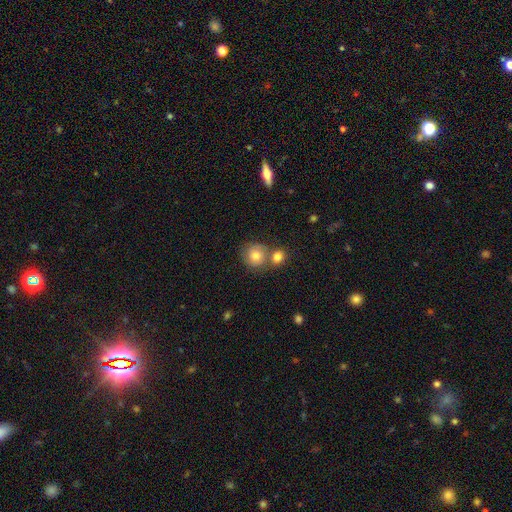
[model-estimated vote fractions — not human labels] Smooth or featured? Predicted: smooth (p=0.76). How rounded? Predicted: round (p=0.85). Merging? Predicted: none (p=0.48).